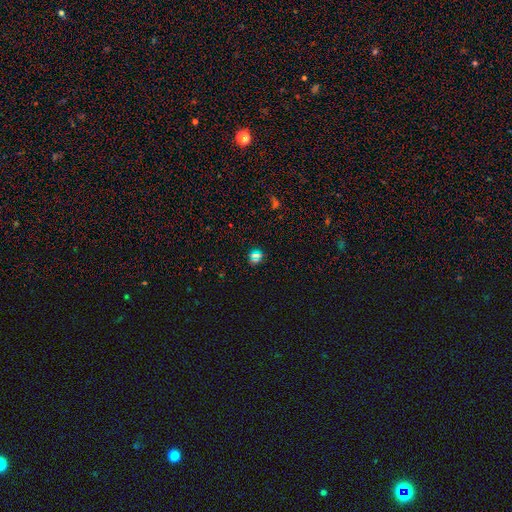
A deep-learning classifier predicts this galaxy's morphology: type=star or artifact (63%).